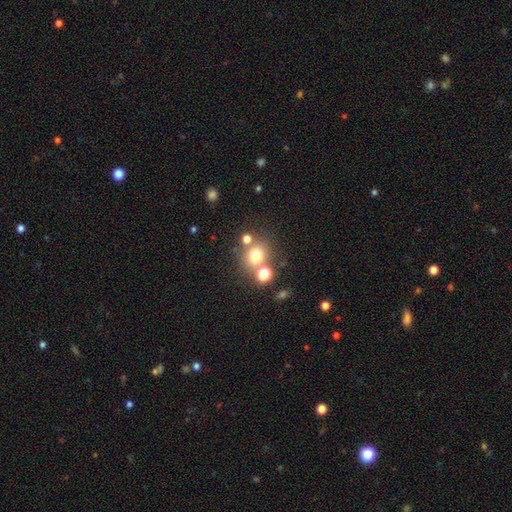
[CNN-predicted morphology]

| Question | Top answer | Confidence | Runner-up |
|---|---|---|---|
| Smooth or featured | smooth | 71% | star or artifact (17%) |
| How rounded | round | 79% | in between (20%) |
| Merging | none | 64% | merger (22%) |